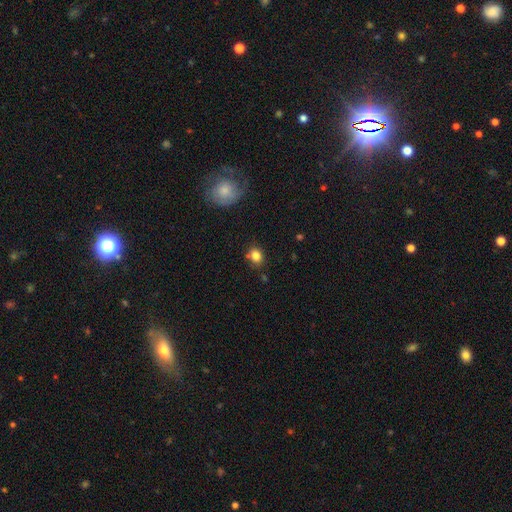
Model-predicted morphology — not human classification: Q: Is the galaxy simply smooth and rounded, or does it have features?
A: smooth — 82%.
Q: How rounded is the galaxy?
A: round — 58%.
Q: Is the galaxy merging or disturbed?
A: none — 74%.